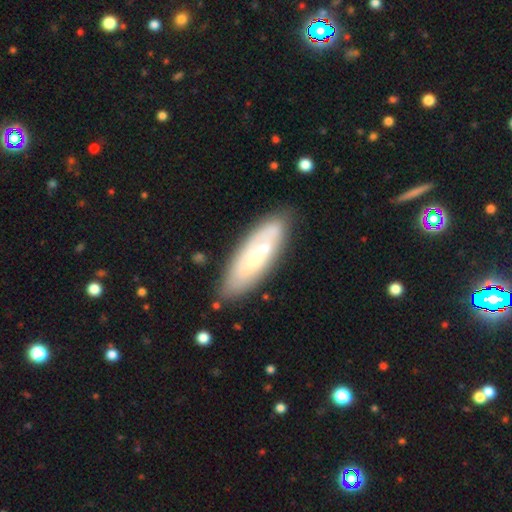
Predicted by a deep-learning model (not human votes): Smooth or featured: smooth — 47% (featured or disk — 46%)
Merging: none — 76% (minor disturbance — 16%)